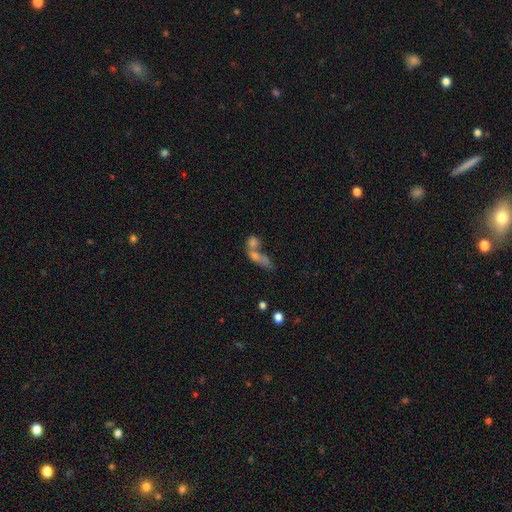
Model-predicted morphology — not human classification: Overall: smooth (51%; featured or disk 31%). How rounded: in between (50%; cigar-shaped 32%). Merging: merger (58%; none 25%).